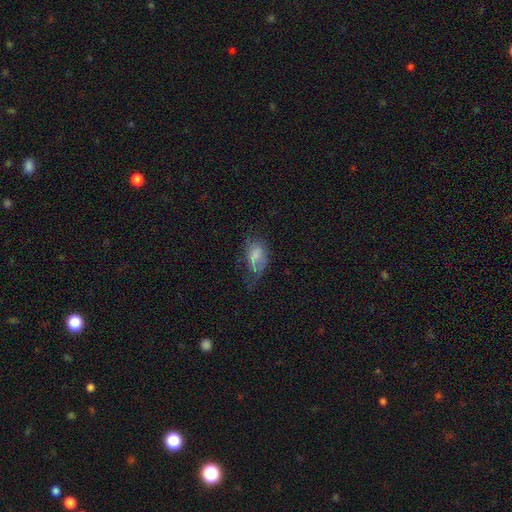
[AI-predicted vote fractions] smooth-or-featured: smooth: 59% | featured or disk: 30% | star or artifact: 10%
  how-rounded: in between: 90% | round: 7% | cigar-shaped: 3%
  merging: major disturbance: 38% | minor disturbance: 30% | none: 29% | merger: 3%